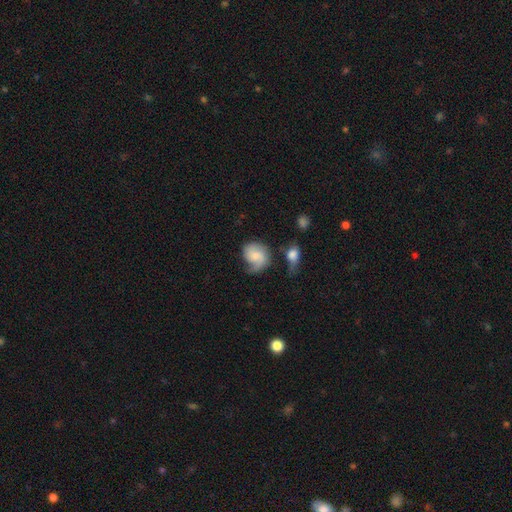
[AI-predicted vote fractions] featured or disk 57%, smooth 36%, star or artifact 7%. Down the decision tree: edge-on disk — no (97%); bar — no (63%); spiral arms — yes (90%); bulge size — small (42%); merging — none (45%).